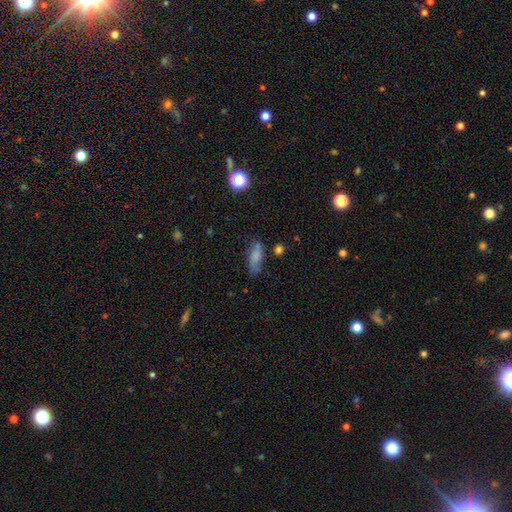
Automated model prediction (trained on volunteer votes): smooth_or_featured: smooth (p=0.72) [alt: featured or disk p=0.17]
how_rounded: in between (p=0.69) [alt: cigar-shaped p=0.27]
merging: none (p=0.58) [alt: minor disturbance p=0.26]